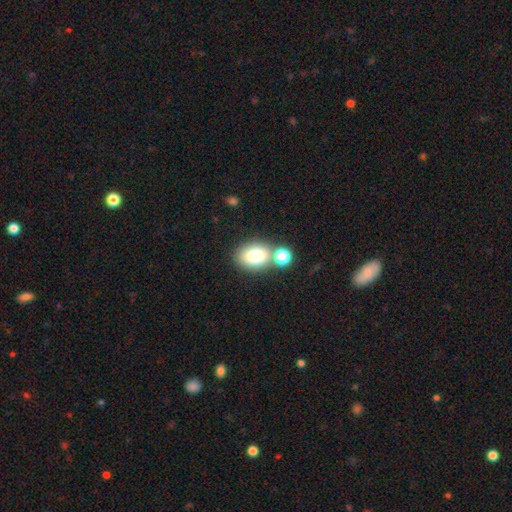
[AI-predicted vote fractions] smooth 77%, featured or disk 13%, star or artifact 11%. Down the decision tree: how rounded — in between (69%); merging — none (64%).